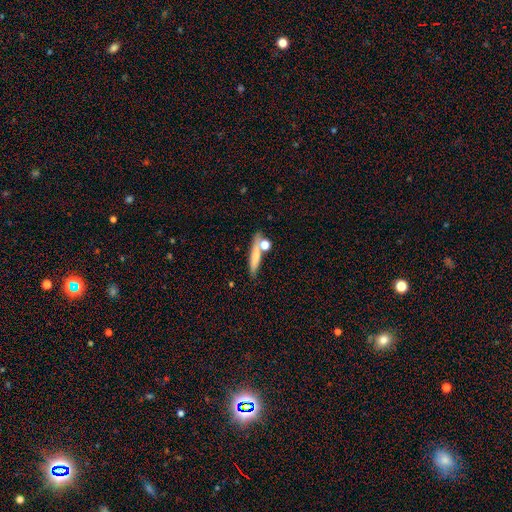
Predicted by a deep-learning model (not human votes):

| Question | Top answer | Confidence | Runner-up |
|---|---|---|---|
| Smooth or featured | smooth | 68% | featured or disk (23%) |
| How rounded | cigar-shaped | 75% | in between (17%) |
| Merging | none | 64% | merger (18%) |